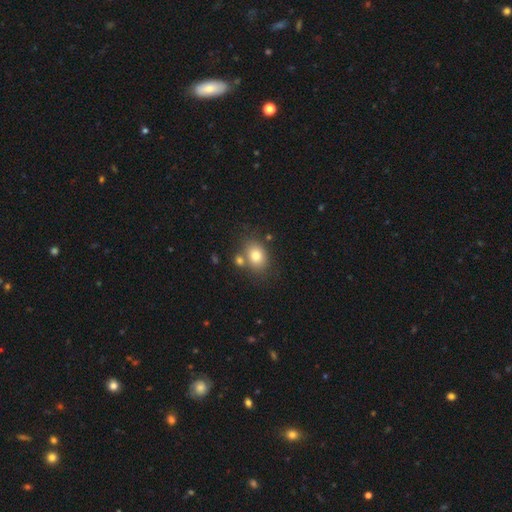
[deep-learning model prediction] Q: Smooth or featured?
A: smooth (79%); runner-up: featured or disk (11%)
Q: How rounded?
A: in between (63%); runner-up: round (36%)
Q: Merging?
A: none (65%); runner-up: merger (18%)